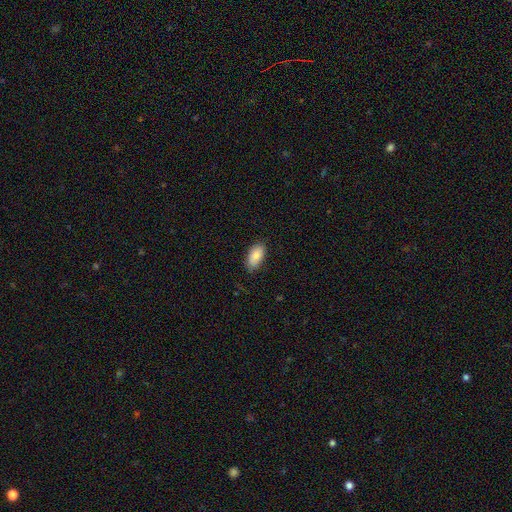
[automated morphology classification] Overall: smooth (86%). How rounded: in between (94%). Merging: none (81%).